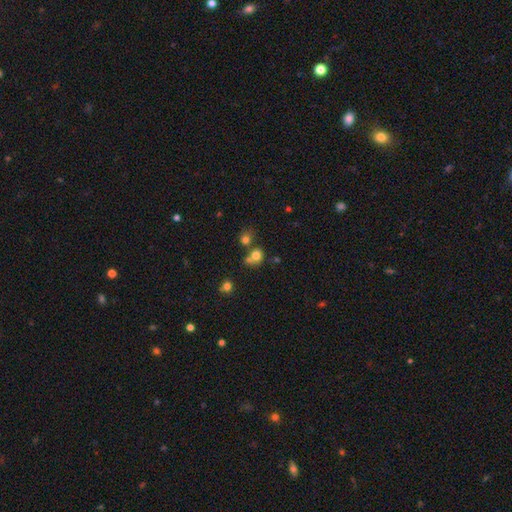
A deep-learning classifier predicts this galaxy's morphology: A smooth galaxy with no disk features (75%) that is round (74%).

Vote fractions:
- Smooth or featured? smooth: 75% / star or artifact: 15% / featured or disk: 10%
- How rounded? round: 74% / in between: 25% / cigar-shaped: 1%
- Merging? none: 46% / merger: 36% / minor disturbance: 12% / major disturbance: 6%